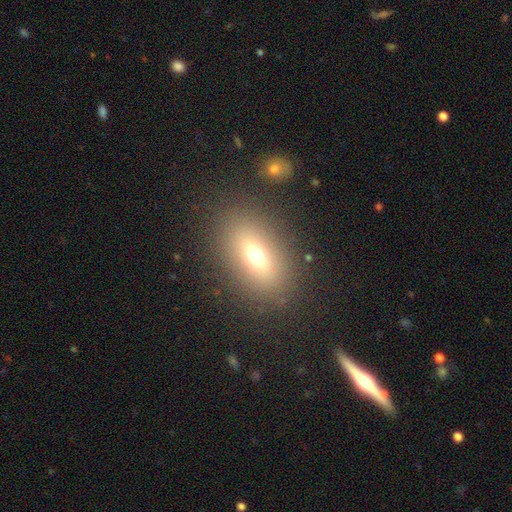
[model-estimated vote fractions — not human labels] smooth_or_featured: smooth (p=0.66) [alt: featured or disk p=0.19]
how_rounded: in between (p=0.78) [alt: round p=0.16]
merging: none (p=0.83) [alt: minor disturbance p=0.09]